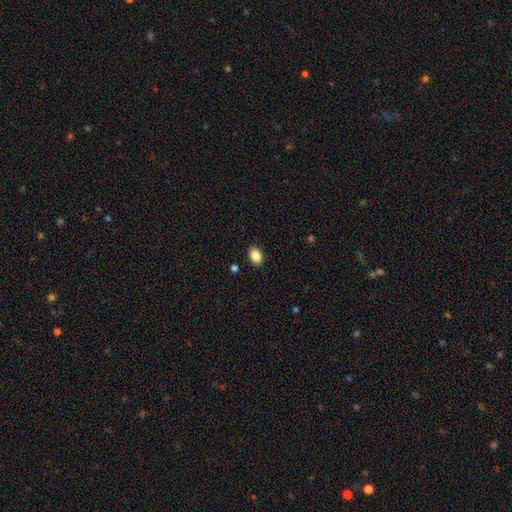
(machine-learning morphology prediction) Smooth or featured? smooth (86%)
How rounded? in between (87%)
Merging? none (89%)